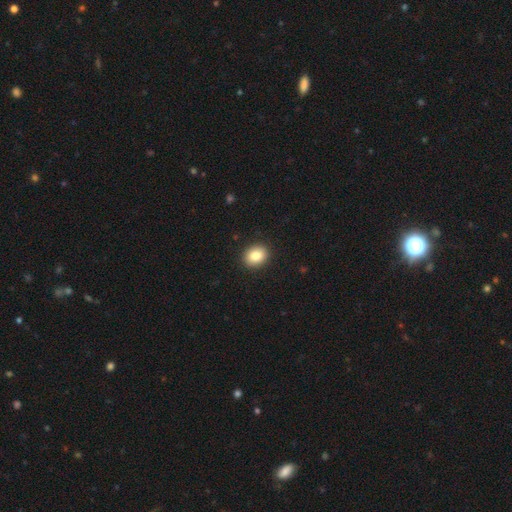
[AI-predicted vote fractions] smooth_or_featured: smooth (p=0.84) [alt: star or artifact p=0.09]
how_rounded: round (p=0.56) [alt: in between p=0.43]
merging: none (p=0.91) [alt: minor disturbance p=0.06]